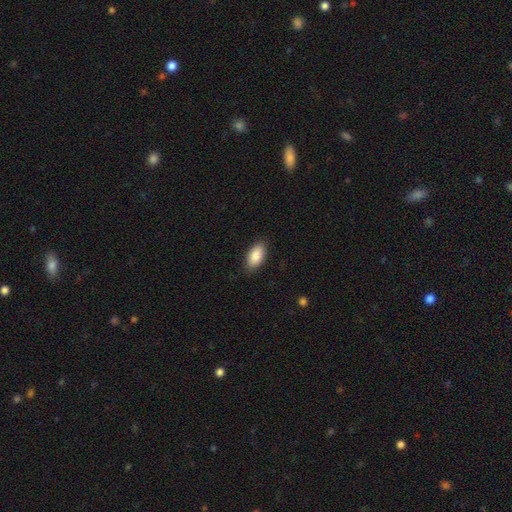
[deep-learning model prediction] A smooth galaxy with no disk features (88%) that is in between round and cigar-shaped (93%). Merging: none (86%).